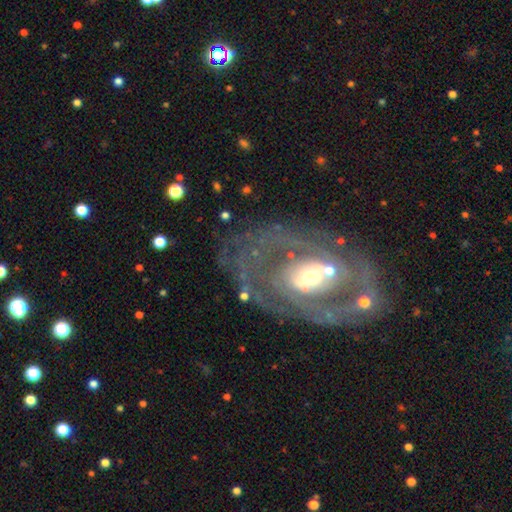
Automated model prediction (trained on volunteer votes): This is clearly a featured or disk galaxy (80%). It is clearly not viewed edge-on (95%). Bar: likely no (65%). Spiral arm pattern: likely yes (66%). Central bulge: possibly moderate (50%). Merging: likely none (66%).